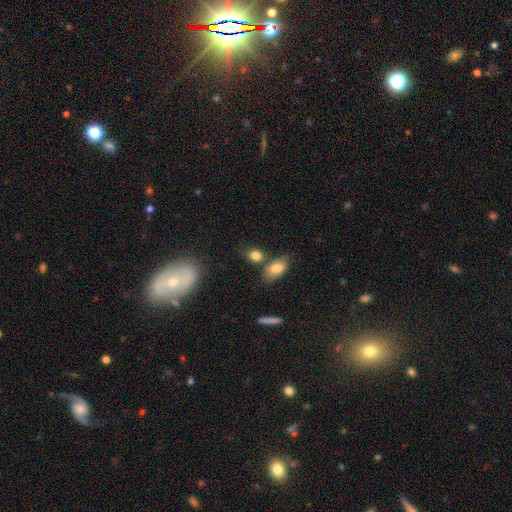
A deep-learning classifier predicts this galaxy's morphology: Overall: smooth (82%). How rounded: in between (57%; round 40%). Merging: none (61%).